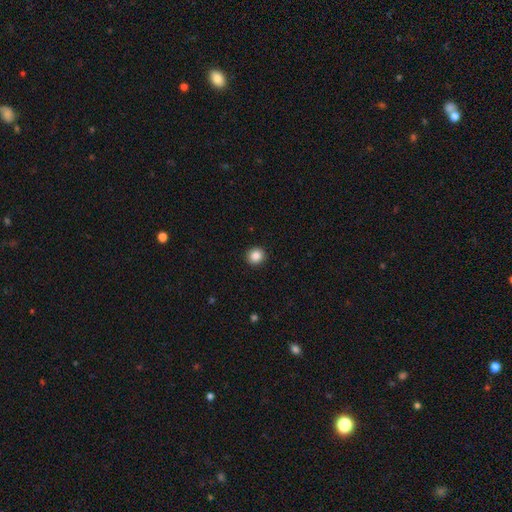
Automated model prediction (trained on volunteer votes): The model was most divided on "smooth or featured": smooth: 86%, star or artifact: 9%, featured or disk: 4%. More confident: merging — none (93%); how rounded — round (91%).